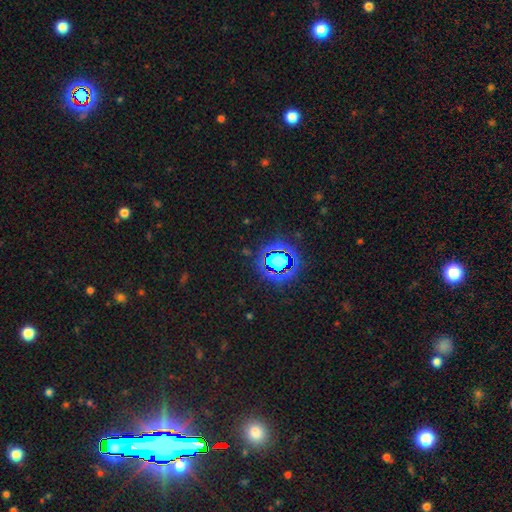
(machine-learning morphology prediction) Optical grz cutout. It shows a star or artifact, not a galaxy (81%).